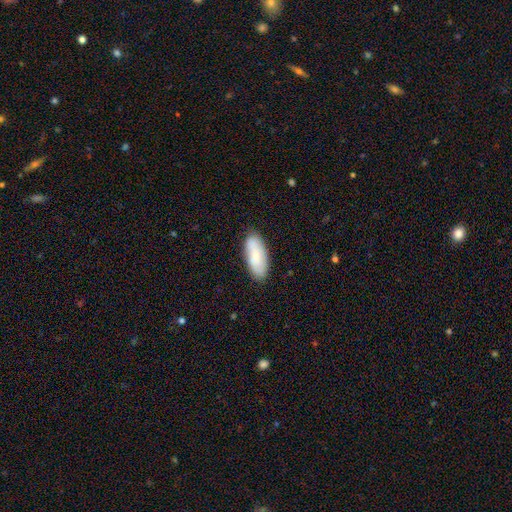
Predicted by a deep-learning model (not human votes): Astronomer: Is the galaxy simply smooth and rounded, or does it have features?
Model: smooth — 76%.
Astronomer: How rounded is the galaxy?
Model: in between — 82%.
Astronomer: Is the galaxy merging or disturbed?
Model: none — 85%.